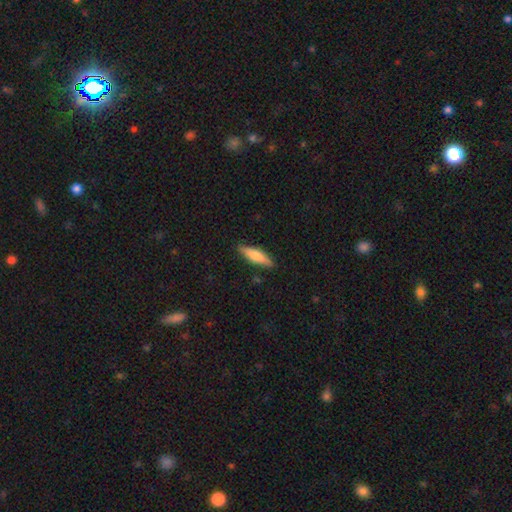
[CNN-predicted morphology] Smooth or featured? smooth (68%)
How rounded? cigar-shaped (64%)
Merging? none (86%)